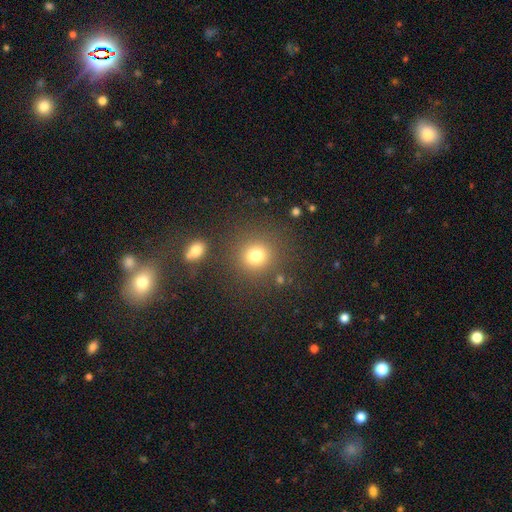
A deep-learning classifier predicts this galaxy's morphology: Smooth or featured: smooth — 78% (star or artifact — 15%)
How rounded: round — 88% (in between — 11%)
Merging: none — 81% (minor disturbance — 8%)